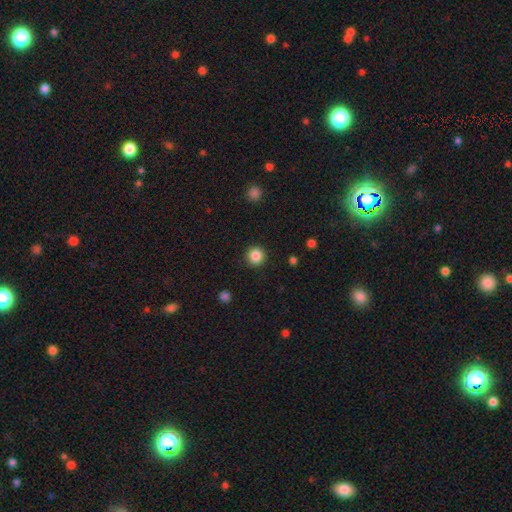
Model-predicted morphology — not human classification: Smooth or featured? Predicted: smooth (p=0.85). How rounded? Predicted: round (p=0.95). Merging? Predicted: none (p=0.92).